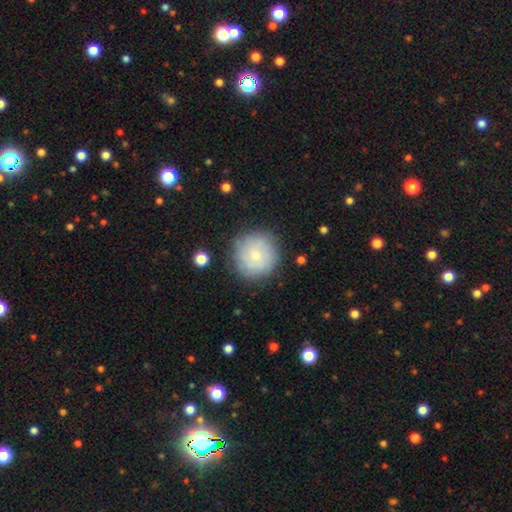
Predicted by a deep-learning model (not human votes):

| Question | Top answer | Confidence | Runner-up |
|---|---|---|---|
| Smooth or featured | smooth | 68% | featured or disk (24%) |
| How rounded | round | 94% | in between (5%) |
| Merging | none | 81% | minor disturbance (13%) |